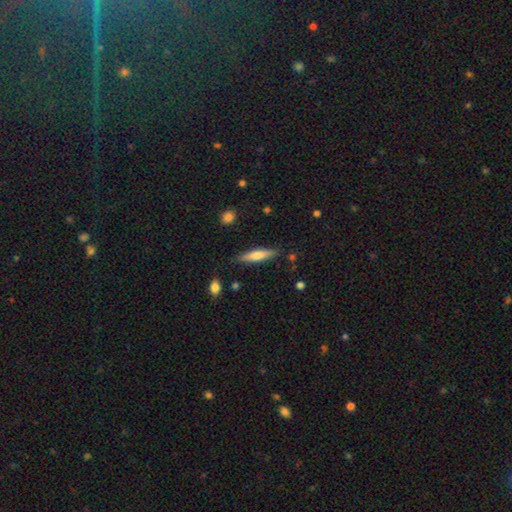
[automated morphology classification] This is possibly a smooth galaxy (60%). How rounded: clearly cigar-shaped (81%). Merging: clearly none (85%).